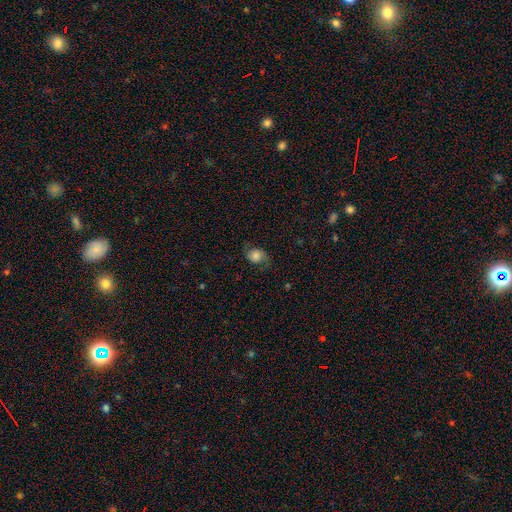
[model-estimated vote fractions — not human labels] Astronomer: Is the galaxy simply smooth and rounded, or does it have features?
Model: smooth — 57% (runner-up: featured or disk, 33%).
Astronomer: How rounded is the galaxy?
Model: round — 55% (runner-up: in between, 43%).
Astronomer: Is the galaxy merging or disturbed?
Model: none — 64%.